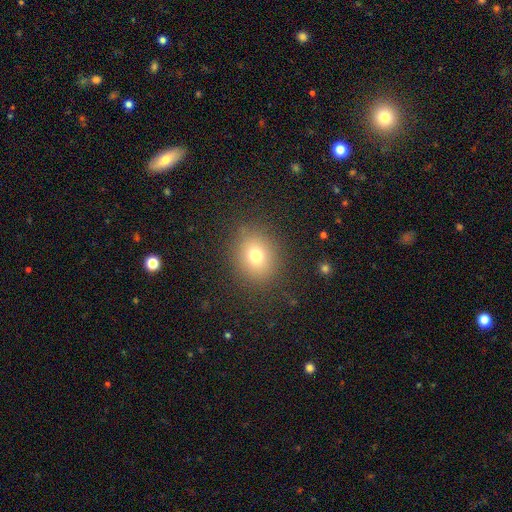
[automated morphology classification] This appears to be a smooth galaxy with no disk features (74%) that is round (67%). Merging: none (86%).